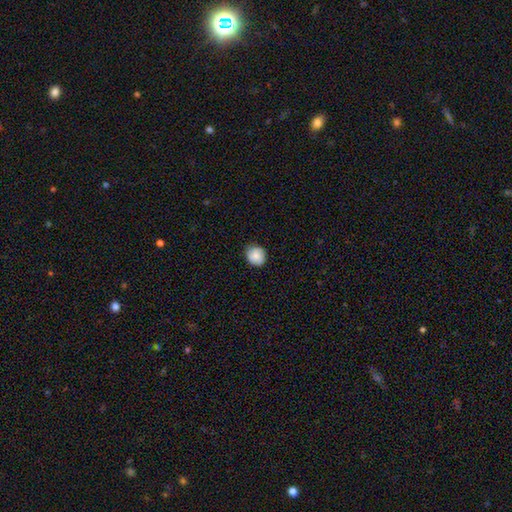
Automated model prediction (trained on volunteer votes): A smooth galaxy with no disk features (82%) that is round (81%).

Vote fractions:
- Smooth or featured? smooth: 82% / featured or disk: 11% / star or artifact: 8%
- How rounded? round: 81% / in between: 18% / cigar-shaped: 1%
- Merging? none: 82% / minor disturbance: 14% / major disturbance: 2% / merger: 1%